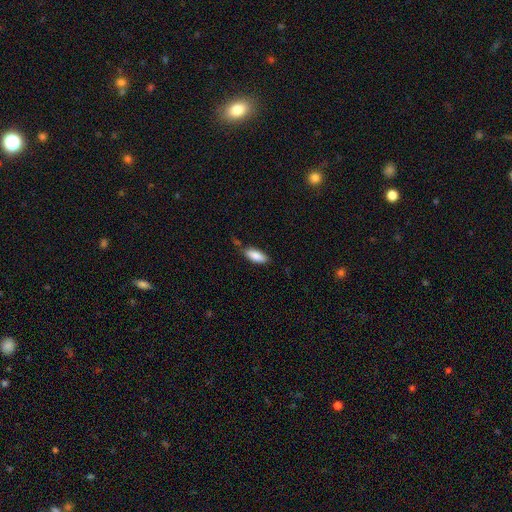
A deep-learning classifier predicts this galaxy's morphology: This appears to be a smooth galaxy with no disk features (86%) that is in between round and cigar-shaped (80%). Merging: none (71%).